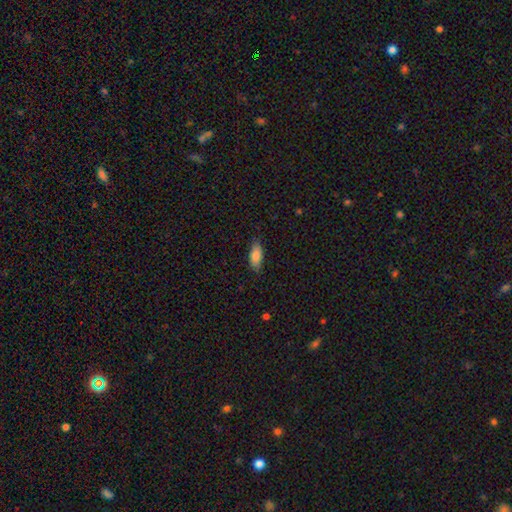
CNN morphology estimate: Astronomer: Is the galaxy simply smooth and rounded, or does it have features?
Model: smooth — 85%.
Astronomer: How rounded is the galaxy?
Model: in between — 82%.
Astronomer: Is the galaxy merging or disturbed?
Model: none — 83%.